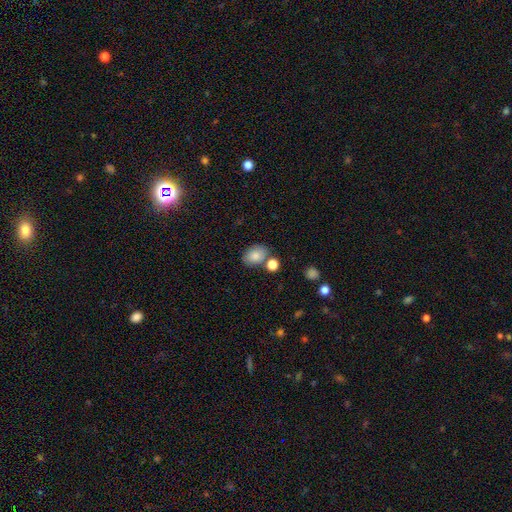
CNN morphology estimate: Smooth or featured: smooth — 83% (star or artifact — 9%)
How rounded: in between — 69% (round — 30%)
Merging: none — 67% (minor disturbance — 14%)